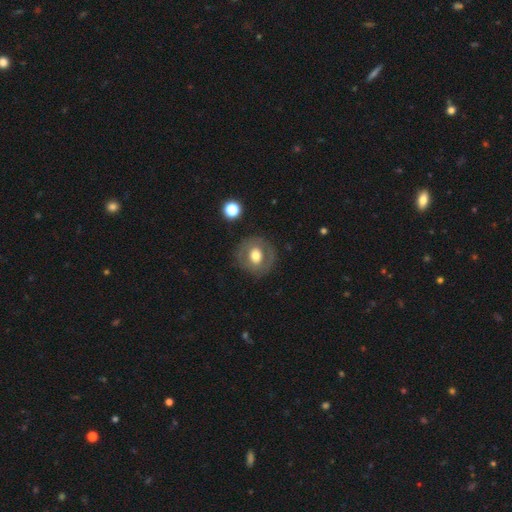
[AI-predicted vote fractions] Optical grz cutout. It shows a smooth galaxy with no disk features (52%) that is round (81%). Merging: none (82%).